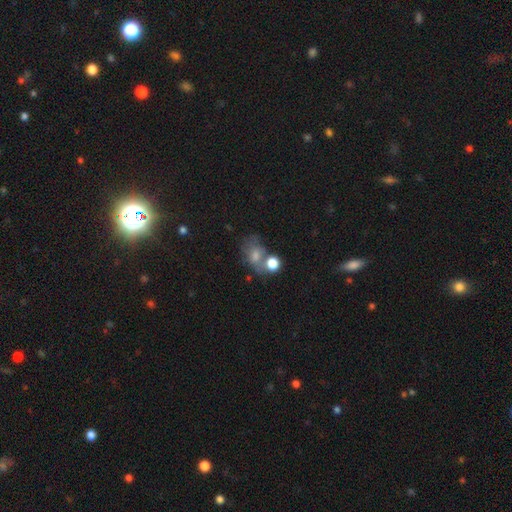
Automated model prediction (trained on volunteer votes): Q: Smooth or featured?
A: smooth (55%); runner-up: featured or disk (22%)
Q: How rounded?
A: in between (61%); runner-up: round (37%)
Q: Merging?
A: none (42%); runner-up: merger (29%)